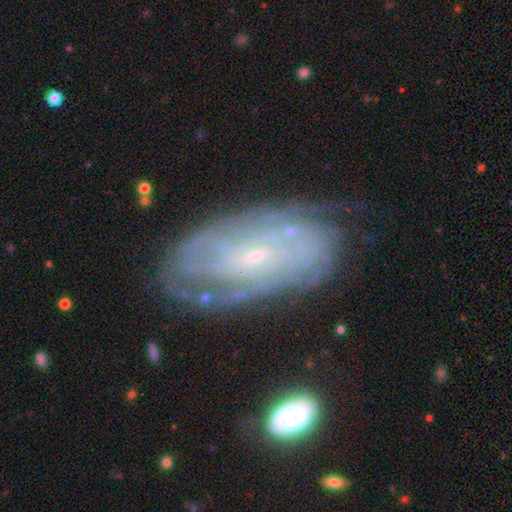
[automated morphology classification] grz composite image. It shows a featured or disk galaxy (80%) with no bar (65%), tight (72%) spiral arms (87%) and a small central bulge (85%). Merging: none (69%).